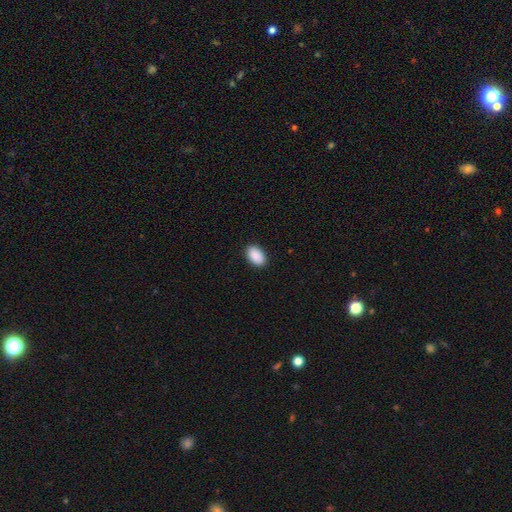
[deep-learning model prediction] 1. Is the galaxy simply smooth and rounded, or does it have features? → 91% smooth, 7% star or artifact, 3% featured or disk.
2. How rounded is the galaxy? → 92% in between, 7% round, 1% cigar-shaped.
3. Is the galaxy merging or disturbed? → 91% none, 7% minor disturbance, 2% major disturbance, 1% merger.